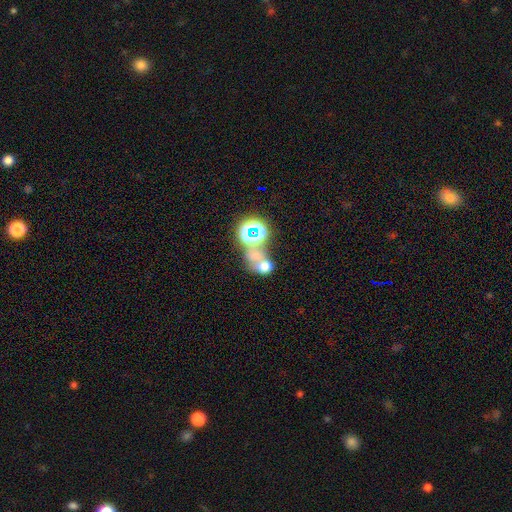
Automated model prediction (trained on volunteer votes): The model was most divided on "smooth or featured": smooth: 50%, star or artifact: 33%, featured or disk: 16%. More confident: how rounded — round (65%); merging — merger (53%).